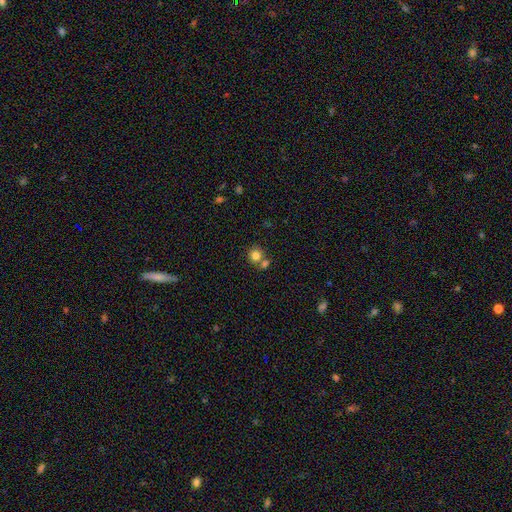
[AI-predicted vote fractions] The model was most divided on "merging": none: 54%, merger: 34%, minor disturbance: 8%, major disturbance: 3%. More confident: how rounded — round (85%); smooth or featured — smooth (82%).